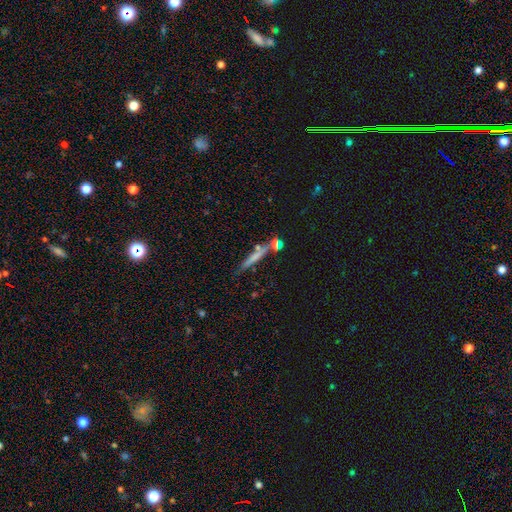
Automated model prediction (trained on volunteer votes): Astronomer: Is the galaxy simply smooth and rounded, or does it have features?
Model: smooth — 51% (runner-up: featured or disk, 39%).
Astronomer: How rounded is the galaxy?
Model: cigar-shaped — 91%.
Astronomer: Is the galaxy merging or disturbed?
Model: none — 67%.